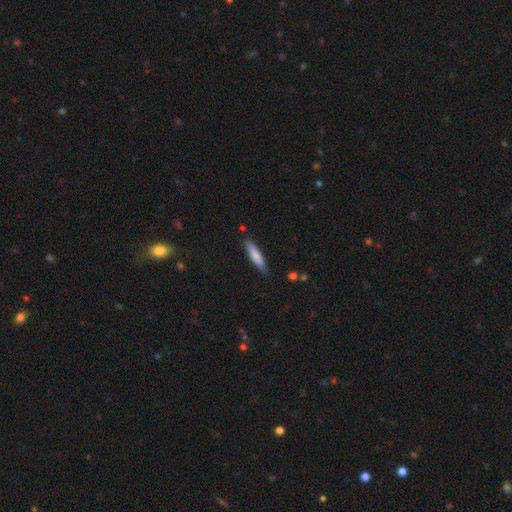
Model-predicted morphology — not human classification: smooth_or_featured: smooth (p=0.75) [alt: featured or disk p=0.19]
how_rounded: cigar-shaped (p=0.81) [alt: in between p=0.17]
merging: none (p=0.86) [alt: minor disturbance p=0.11]